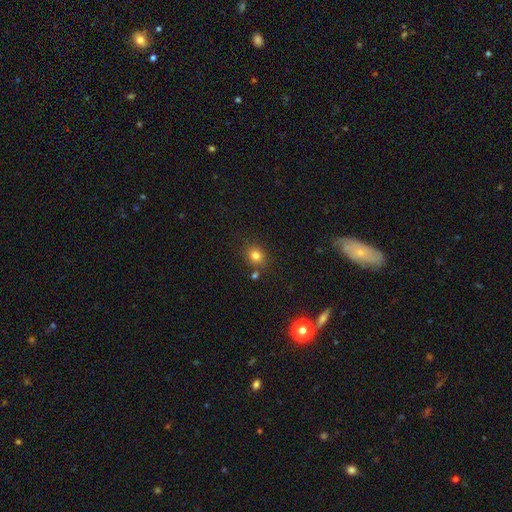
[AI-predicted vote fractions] A smooth galaxy with no disk features (81%) that is round (72%).

Vote fractions:
- Smooth or featured? smooth: 81% / star or artifact: 13% / featured or disk: 6%
- How rounded? round: 72% / in between: 27% / cigar-shaped: 1%
- Merging? none: 77% / minor disturbance: 11% / merger: 8% / major disturbance: 3%